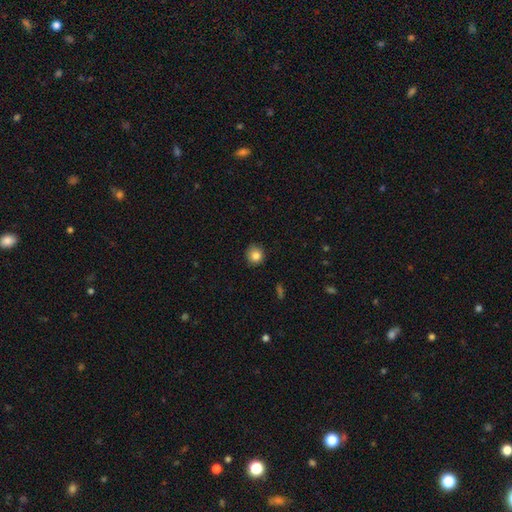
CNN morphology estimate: Overall: smooth (84%). How rounded: round (90%). Merging: none (84%).